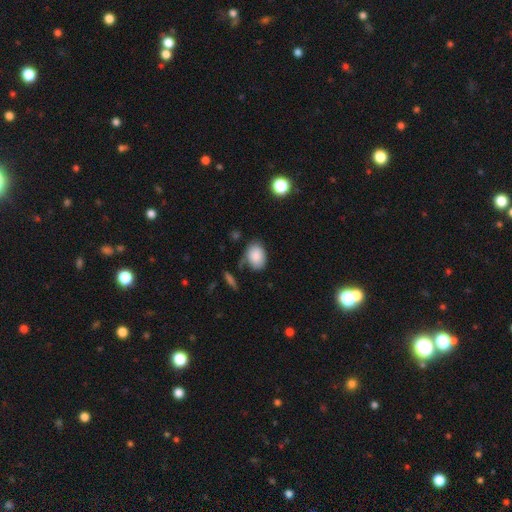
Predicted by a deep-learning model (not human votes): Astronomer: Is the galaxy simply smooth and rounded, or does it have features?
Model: smooth — 86%.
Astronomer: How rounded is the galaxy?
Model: in between — 75%.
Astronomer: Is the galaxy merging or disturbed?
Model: none — 66%.